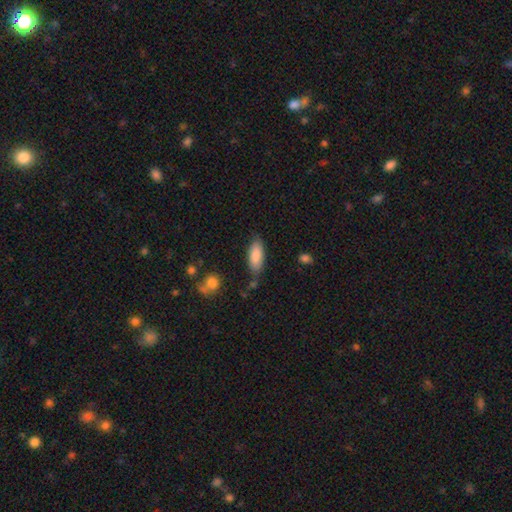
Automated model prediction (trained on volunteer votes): This appears to be a smooth galaxy with no disk features (86%) that is in between round and cigar-shaped (79%). Merging: none (76%).